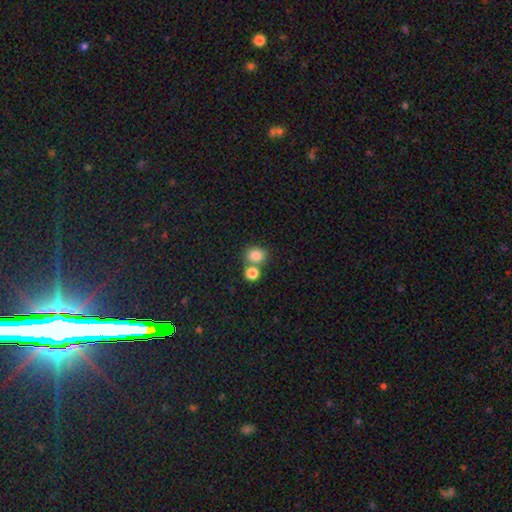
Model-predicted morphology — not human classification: smooth 83%, star or artifact 12%, featured or disk 6%. Down the decision tree: how rounded — round (75%); merging — none (61%).